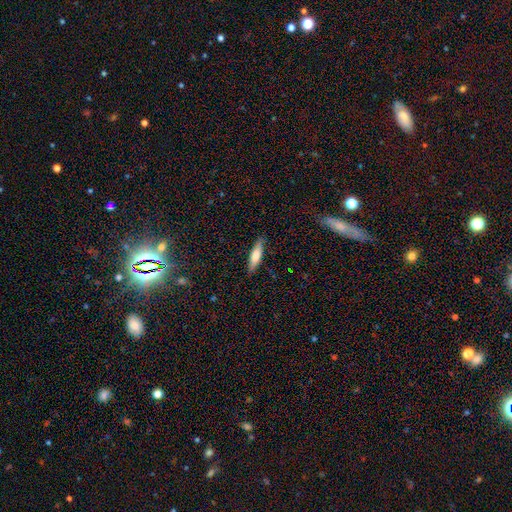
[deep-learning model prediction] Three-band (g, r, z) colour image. It shows a smooth galaxy with no disk features (68%) that is cigar-shaped (74%). Merging: none (88%).